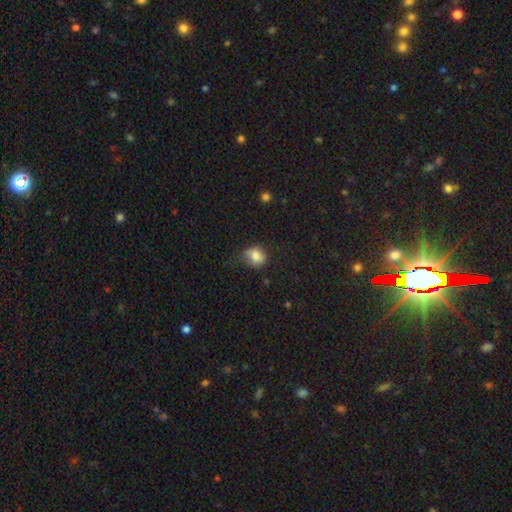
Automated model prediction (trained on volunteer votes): A smooth galaxy with no disk features (80%) that is round (57%). Merging: none (54%).